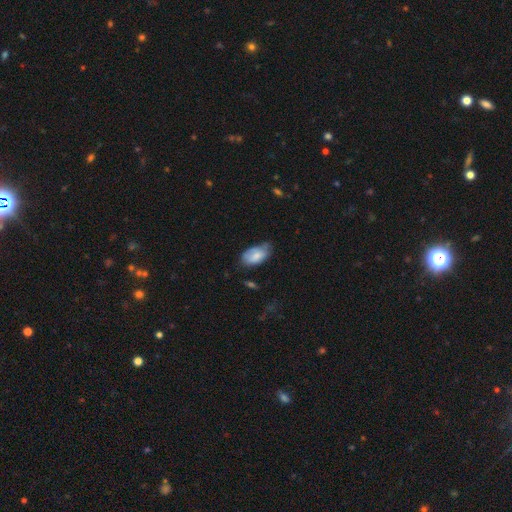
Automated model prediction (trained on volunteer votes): Morphology: type=smooth (76%); roundness=in between (94%); merging=none (48%).